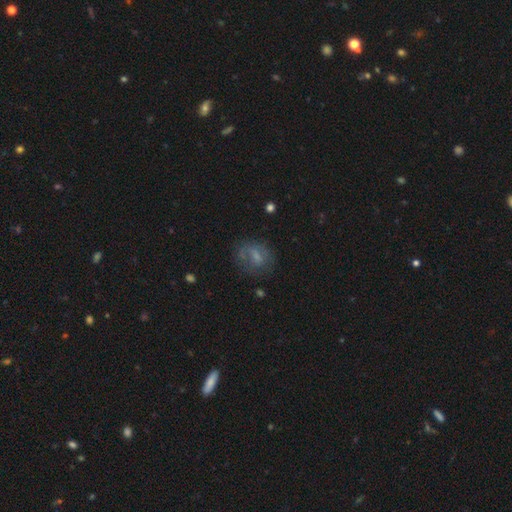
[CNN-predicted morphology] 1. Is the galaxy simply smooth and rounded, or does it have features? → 48% smooth, 39% featured or disk, 13% star or artifact.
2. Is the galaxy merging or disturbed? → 55% none, 22% minor disturbance, 20% major disturbance, 2% merger.